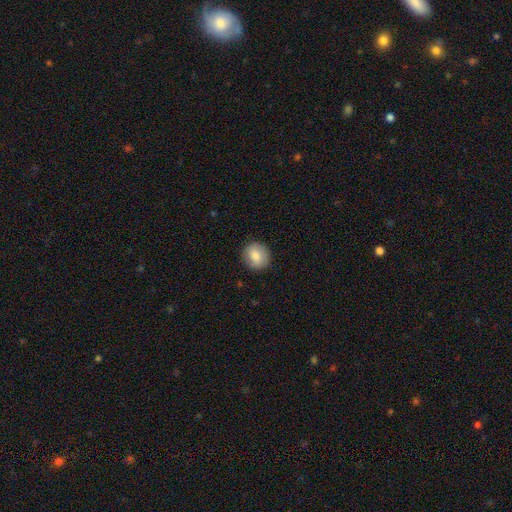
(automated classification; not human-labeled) Smooth or featured: smooth — 76% (featured or disk — 16%)
How rounded: round — 86% (in between — 13%)
Merging: none — 88% (minor disturbance — 9%)